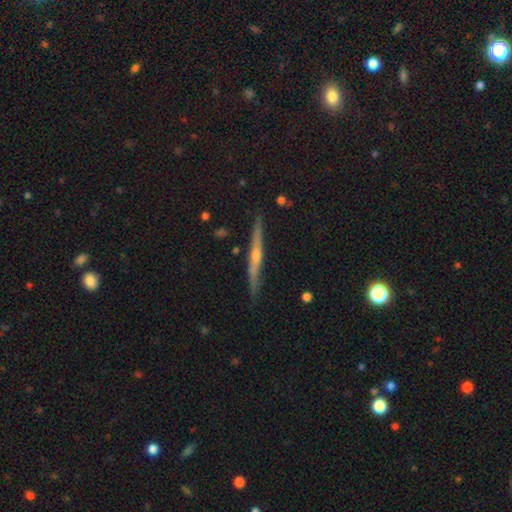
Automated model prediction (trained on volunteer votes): Smooth or featured: featured or disk — 71% (smooth — 22%)
Edge-on disk: yes — 97% (no — 3%)
Edge-on bulge: rounded — 73% (none — 22%)
Merging: none — 87% (minor disturbance — 10%)